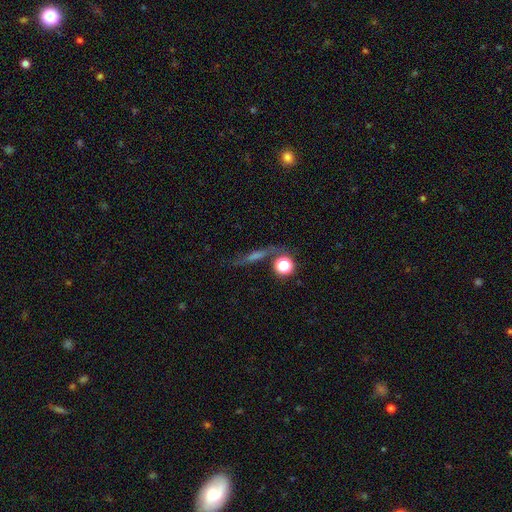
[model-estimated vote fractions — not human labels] Smooth or featured?
  - featured or disk: 48% *
  - smooth: 30%
  - star or artifact: 22%
Merging?
  - none: 67% *
  - minor disturbance: 14%
  - major disturbance: 10%
  - merger: 9%